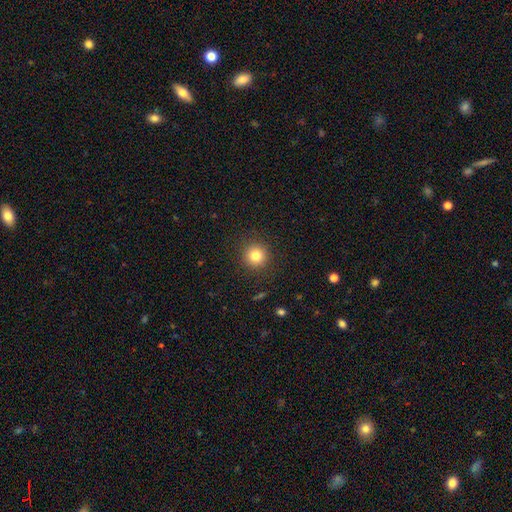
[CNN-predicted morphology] The model was most divided on "smooth or featured": smooth: 81%, star or artifact: 12%, featured or disk: 7%. More confident: how rounded — round (94%); merging — none (91%).